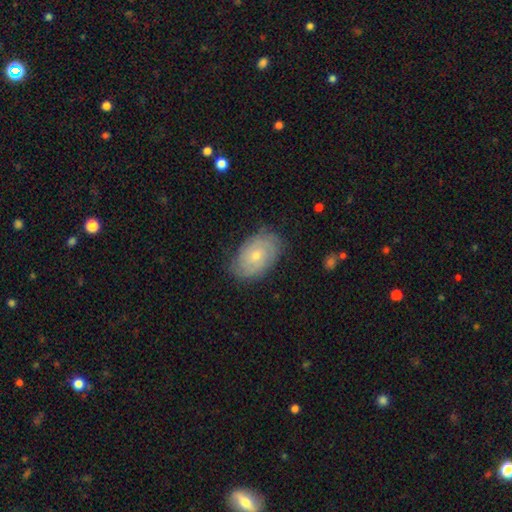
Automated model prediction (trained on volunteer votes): Smooth or featured? featured or disk (65%)
Edge-on disk? no (96%)
Bar? no (74%)
Spiral arms? yes (88%)
Spiral winding? tight (69%)
Spiral arm count? can't tell (40%)
Bulge size? small (57%)
Merging? none (76%)